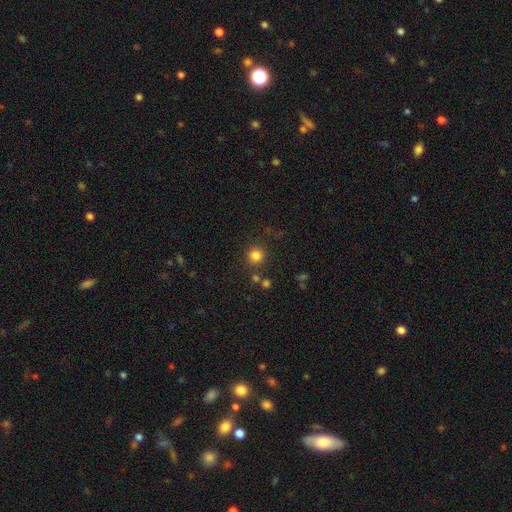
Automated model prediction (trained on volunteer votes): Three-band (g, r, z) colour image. It shows a smooth galaxy with no disk features (82%) that is round (93%). Merging: none (84%).